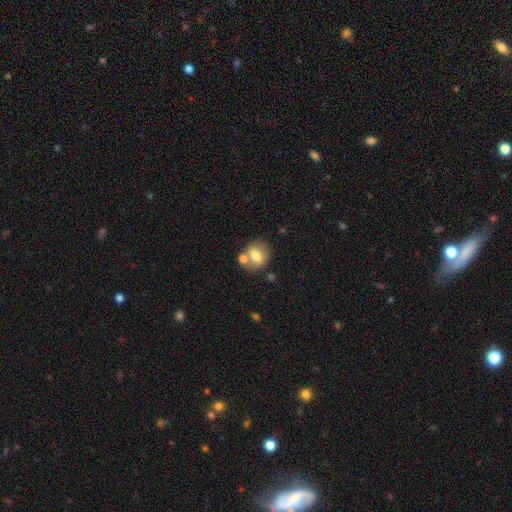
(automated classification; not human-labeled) smooth 68%, featured or disk 23%, star or artifact 9%. Down the decision tree: how rounded — round (64%); merging — none (59%).